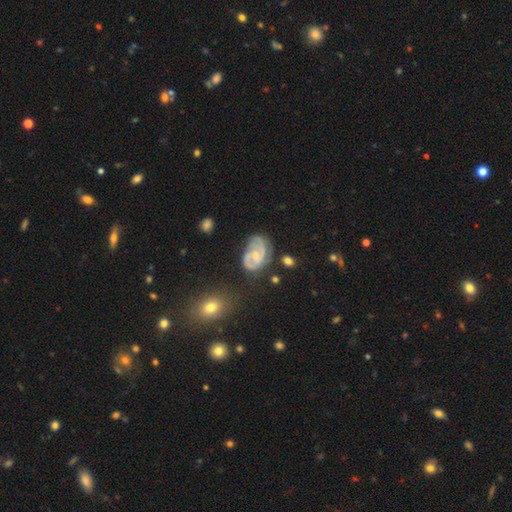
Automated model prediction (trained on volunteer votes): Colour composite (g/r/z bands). It shows a featured or disk galaxy (80%) with no bar (56%), 2 (56%) tight (49%) spiral arms (93%) and a small central bulge (65%). Merging: none (56%).